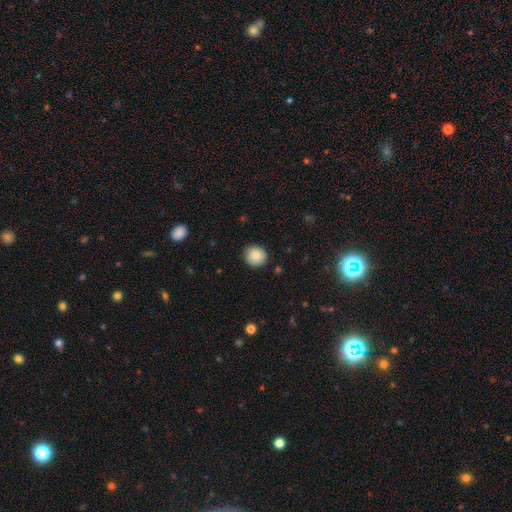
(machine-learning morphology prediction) This appears to be a smooth galaxy with no disk features (86%) that is round (91%). Merging: none (87%).